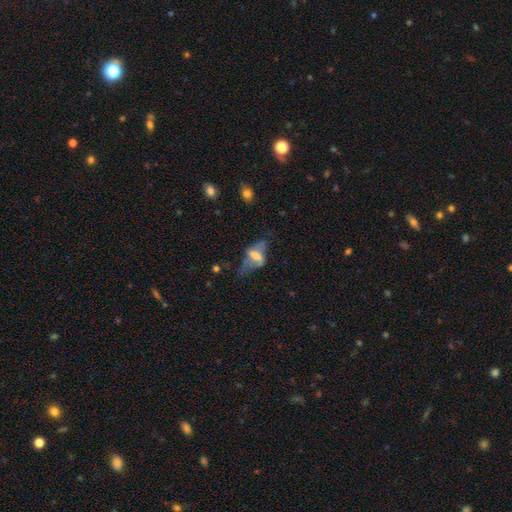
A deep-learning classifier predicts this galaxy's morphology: Overall: featured or disk (54%; smooth 36%). Edge-on disk: no (72%). Merging: major disturbance (36%, tied with none).